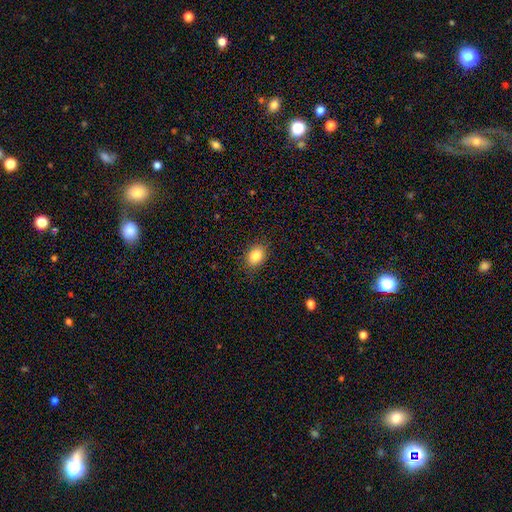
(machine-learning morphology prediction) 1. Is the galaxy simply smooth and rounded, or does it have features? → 85% smooth, 9% star or artifact, 6% featured or disk.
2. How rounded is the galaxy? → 73% in between, 26% round, 1% cigar-shaped.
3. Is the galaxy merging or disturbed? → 87% none, 10% minor disturbance, 3% major disturbance, 1% merger.